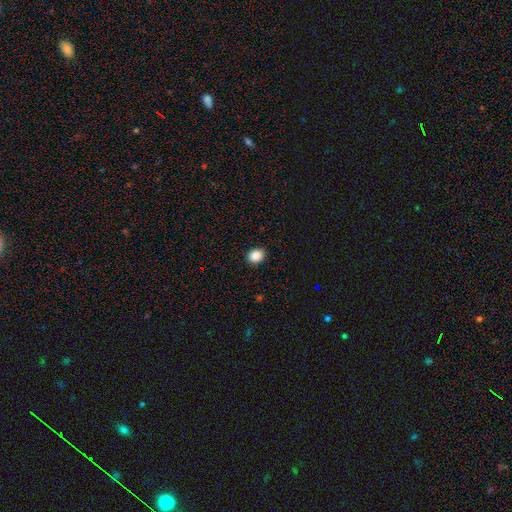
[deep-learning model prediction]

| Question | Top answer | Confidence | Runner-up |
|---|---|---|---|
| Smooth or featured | smooth | 87% | star or artifact (10%) |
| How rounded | round | 58% | in between (41%) |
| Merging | none | 91% | minor disturbance (6%) |